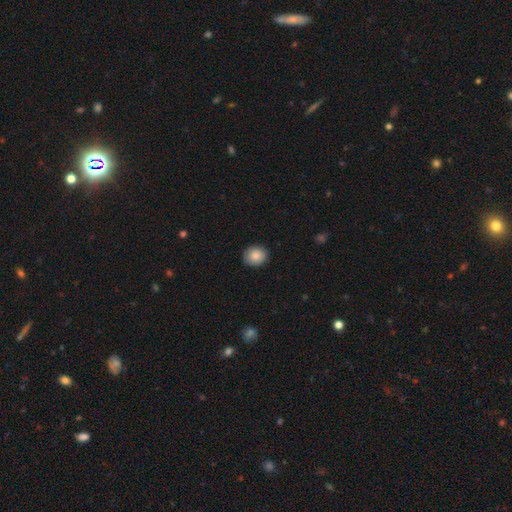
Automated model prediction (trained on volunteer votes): The model was most divided on "how rounded": round: 71%, in between: 28%, cigar-shaped: 1%. More confident: merging — none (89%); smooth or featured — smooth (87%).